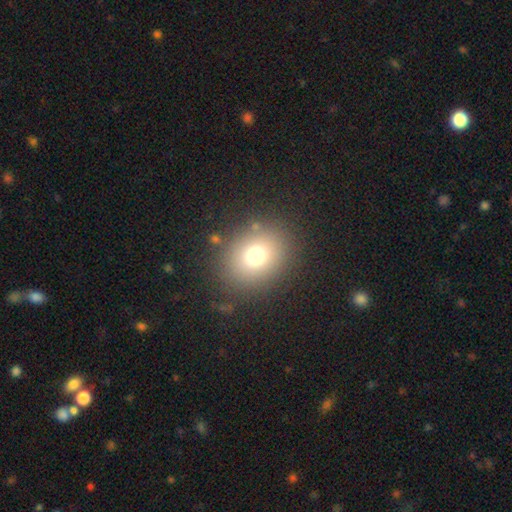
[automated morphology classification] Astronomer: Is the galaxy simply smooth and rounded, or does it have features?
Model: smooth — 73%.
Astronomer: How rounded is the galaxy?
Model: round — 64%.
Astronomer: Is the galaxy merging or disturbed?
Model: none — 84%.